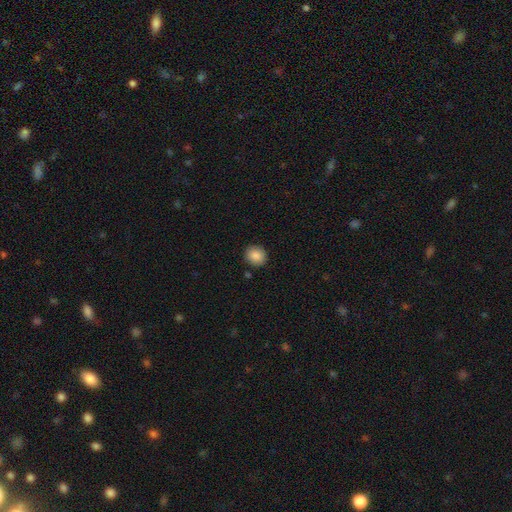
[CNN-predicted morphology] Q: Smooth or featured?
A: smooth (88%); runner-up: star or artifact (8%)
Q: How rounded?
A: round (84%); runner-up: in between (15%)
Q: Merging?
A: none (89%); runner-up: minor disturbance (7%)